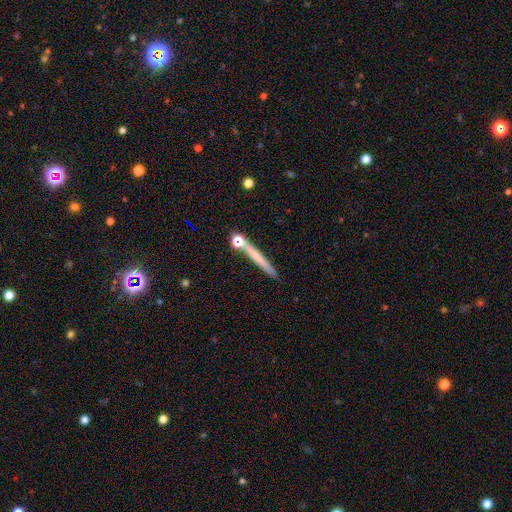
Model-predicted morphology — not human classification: Smooth or featured? smooth (57%)
How rounded? cigar-shaped (94%)
Merging? none (76%)